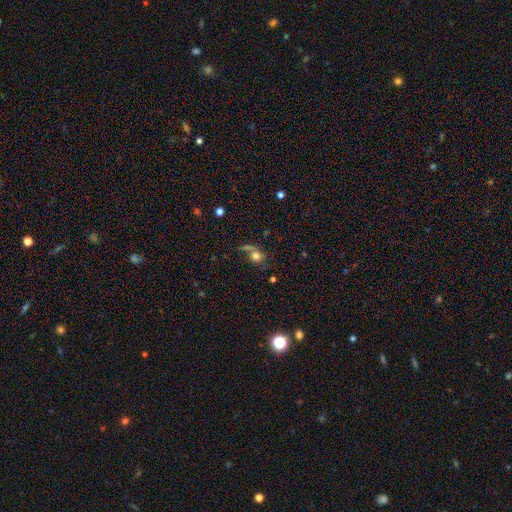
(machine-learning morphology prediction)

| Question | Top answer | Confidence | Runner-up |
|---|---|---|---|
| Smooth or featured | smooth | 59% | featured or disk (26%) |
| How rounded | round | 68% | in between (30%) |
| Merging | none | 41% | major disturbance (23%) |